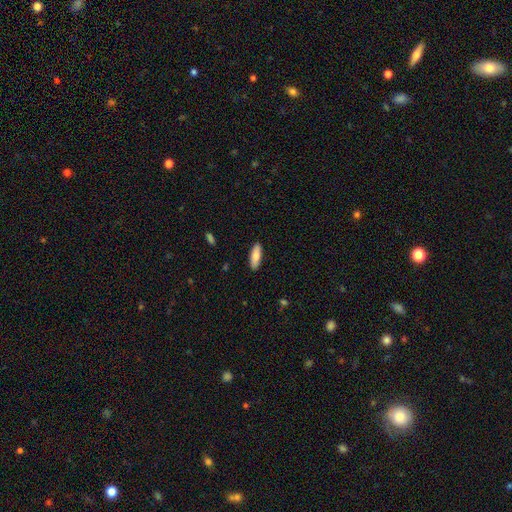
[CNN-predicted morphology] Overall: smooth (83%). How rounded: in between (58%; cigar-shaped 40%). Merging: none (90%).